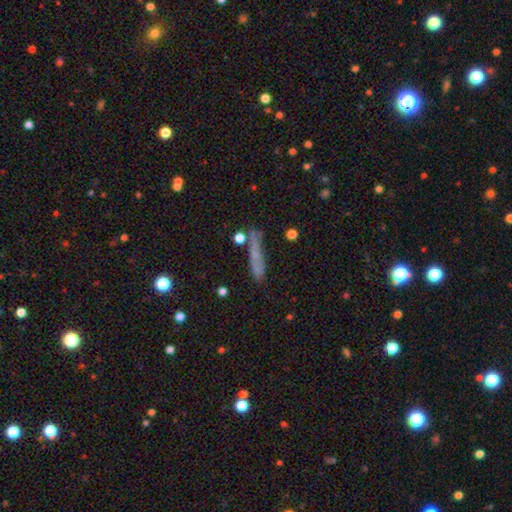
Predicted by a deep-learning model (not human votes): smooth 58%, featured or disk 26%, star or artifact 16%. Down the decision tree: how rounded — cigar-shaped (85%); merging — none (64%).